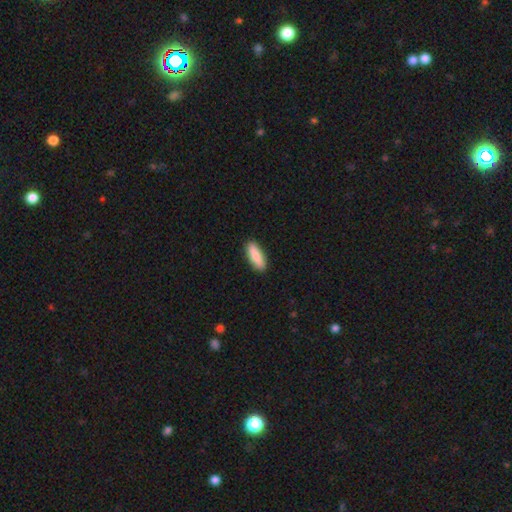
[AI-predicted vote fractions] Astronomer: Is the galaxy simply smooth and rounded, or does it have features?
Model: smooth — 87%.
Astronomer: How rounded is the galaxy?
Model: in between — 54% (runner-up: cigar-shaped, 44%).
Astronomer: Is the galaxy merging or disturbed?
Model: none — 89%.